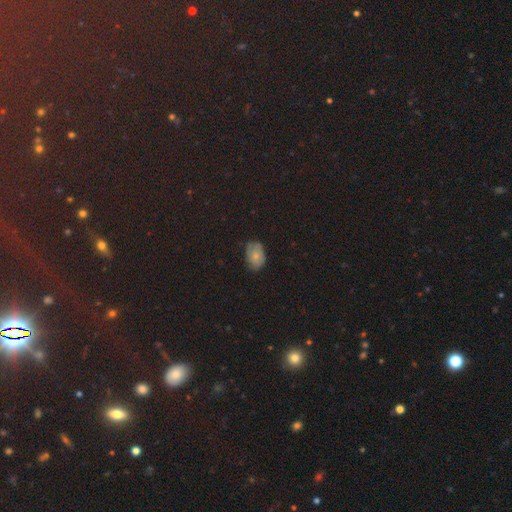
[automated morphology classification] Overall: smooth (58%; featured or disk 26%). How rounded: in between (79%). Merging: none (69%).